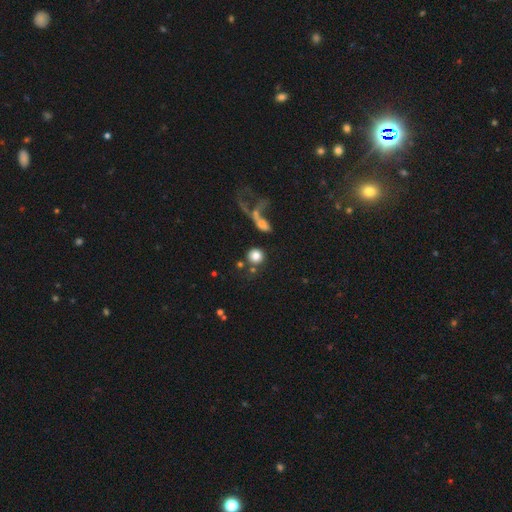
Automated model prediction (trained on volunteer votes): Smooth or featured? smooth (80%)
How rounded? round (91%)
Merging? none (65%)